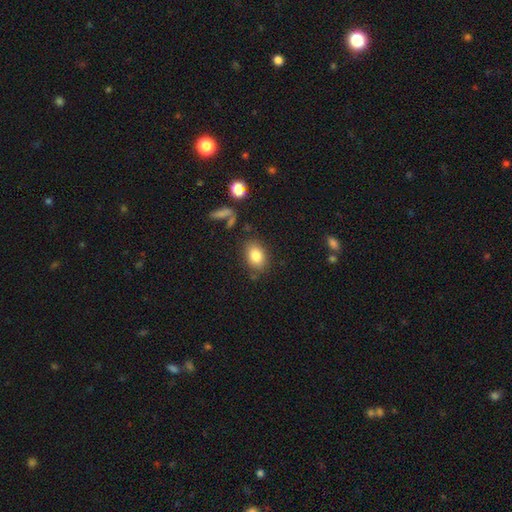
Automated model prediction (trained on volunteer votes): This is clearly a smooth galaxy (83%). How rounded: clearly in between (81%). Merging: likely none (80%).